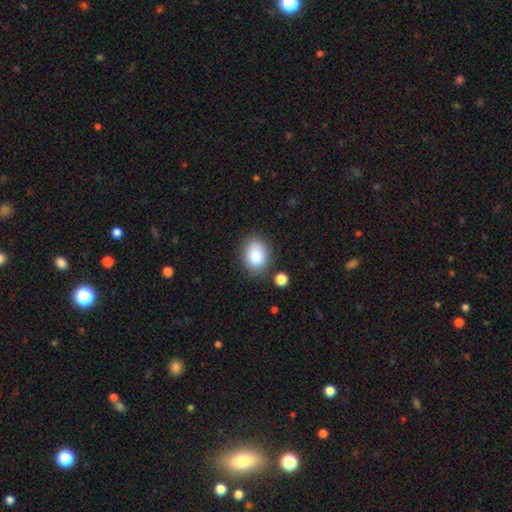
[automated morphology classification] smooth-or-featured: smooth: 85% | star or artifact: 8% | featured or disk: 6%
  how-rounded: in between: 67% | round: 32% | cigar-shaped: 1%
  merging: none: 76% | minor disturbance: 15% | merger: 5% | major disturbance: 4%